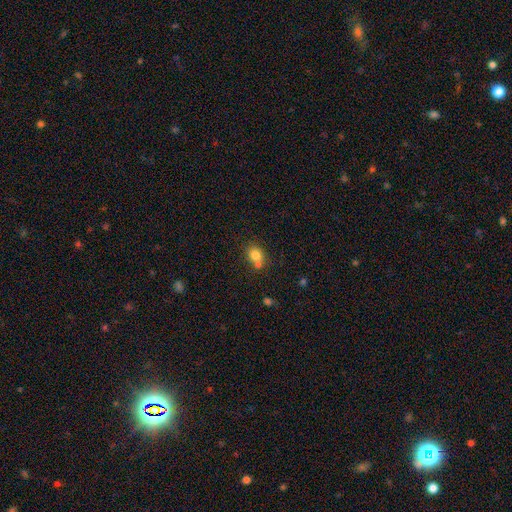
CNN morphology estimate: Smooth or featured? Predicted: smooth (p=0.79). How rounded? Predicted: round (p=0.58). Merging? Predicted: none (p=0.53).